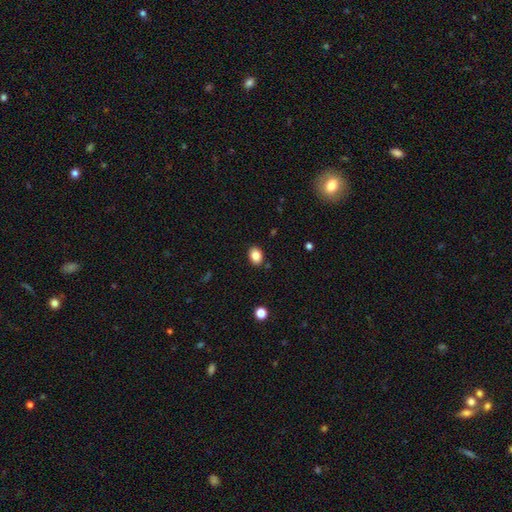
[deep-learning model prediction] Smooth or featured: smooth — 86% (star or artifact — 9%)
How rounded: in between — 67% (round — 32%)
Merging: none — 88% (minor disturbance — 9%)